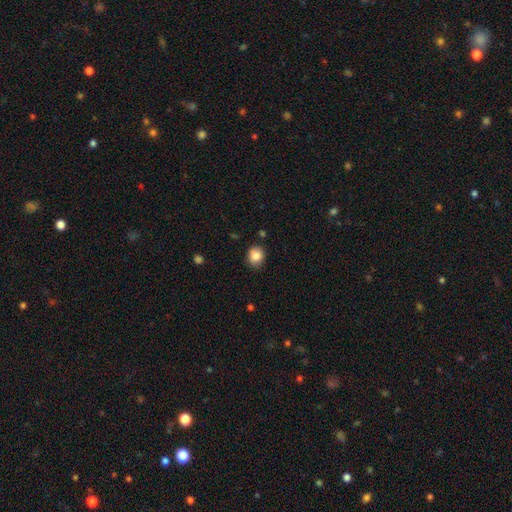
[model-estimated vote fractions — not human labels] Smooth or featured? smooth (84%)
How rounded? round (74%)
Merging? none (79%)